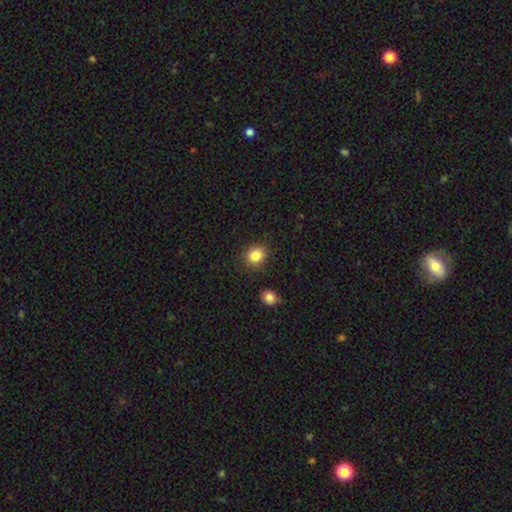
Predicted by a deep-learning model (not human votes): This is clearly a smooth galaxy (85%). How rounded: likely round (79%). Merging: clearly none (85%).